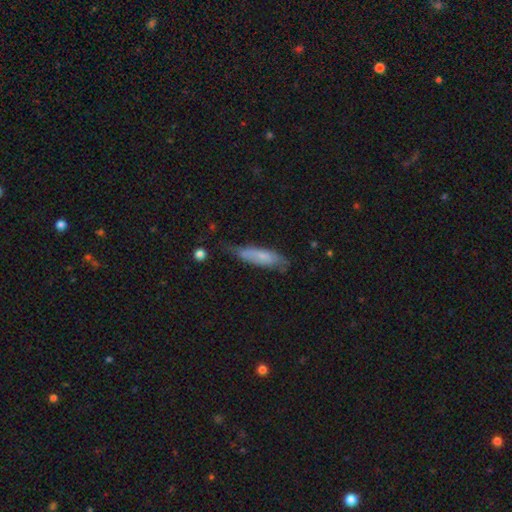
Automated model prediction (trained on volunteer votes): Smooth or featured: smooth — 55% (featured or disk — 34%)
How rounded: cigar-shaped — 73% (in between — 25%)
Merging: none — 63% (minor disturbance — 27%)